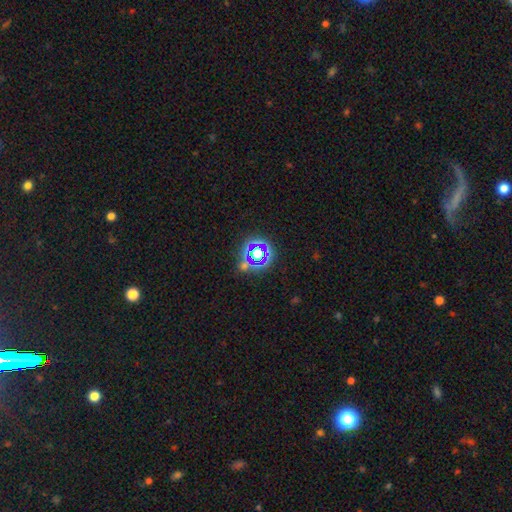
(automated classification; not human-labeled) A star or artifact, not a galaxy (70%).

Vote fractions:
- Smooth or featured? star or artifact: 70% / smooth: 21% / featured or disk: 9%